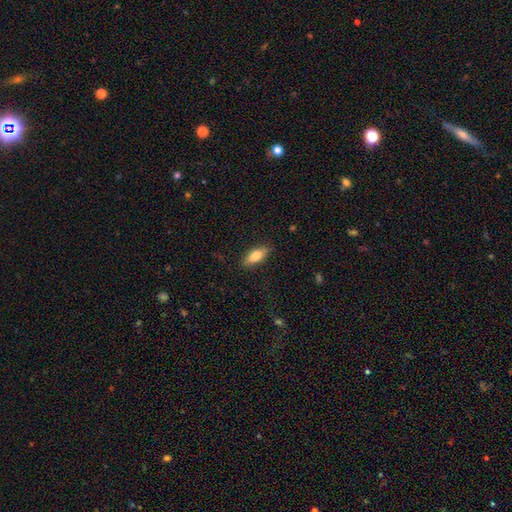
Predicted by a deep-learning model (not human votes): A smooth galaxy with no disk features (74%) that is in between round and cigar-shaped (74%).

Vote fractions:
- Smooth or featured? smooth: 74% / featured or disk: 19% / star or artifact: 6%
- How rounded? in between: 74% / cigar-shaped: 23% / round: 3%
- Merging? none: 86% / minor disturbance: 11% / major disturbance: 2% / merger: 1%